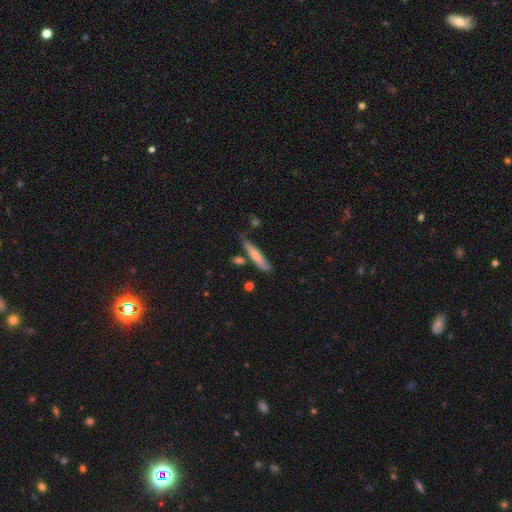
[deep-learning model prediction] A smooth galaxy with no disk features (68%) that is cigar-shaped (83%). Merging: none (68%).